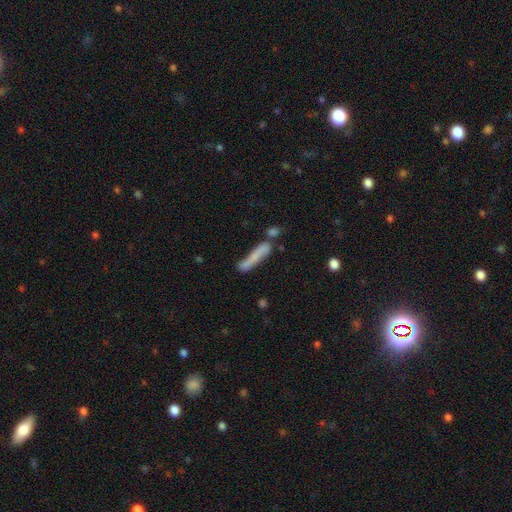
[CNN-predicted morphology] A smooth galaxy with no disk features (59%) that is cigar-shaped (89%).

Vote fractions:
- Smooth or featured? smooth: 59% / featured or disk: 33% / star or artifact: 8%
- How rounded? cigar-shaped: 89% / in between: 9% / round: 2%
- Merging? none: 53% / minor disturbance: 21% / merger: 18% / major disturbance: 9%